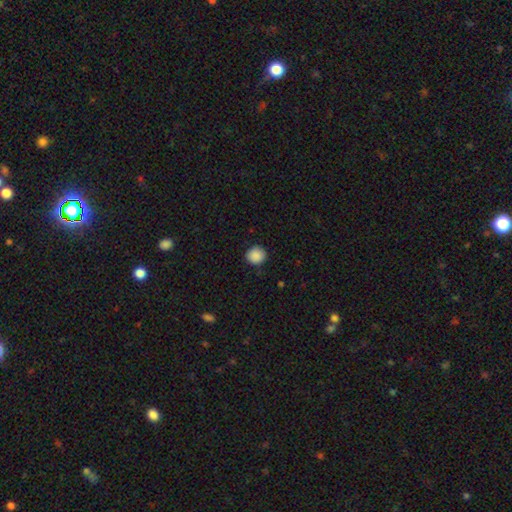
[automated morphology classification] A smooth galaxy with no disk features (89%) that is round (91%). Merging: none (90%).